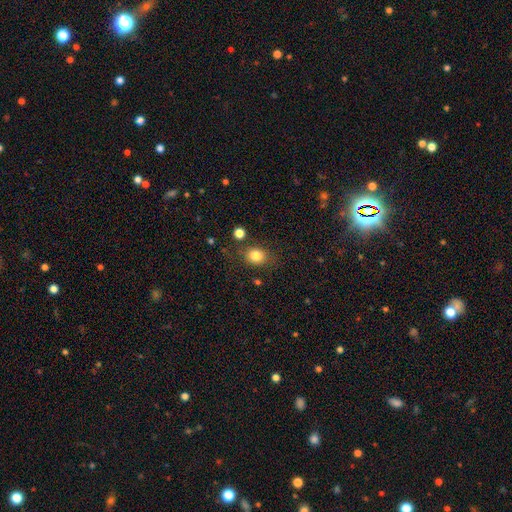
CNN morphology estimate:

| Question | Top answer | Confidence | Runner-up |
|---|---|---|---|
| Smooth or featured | smooth | 82% | star or artifact (11%) |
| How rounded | round | 53% | in between (46%) |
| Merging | none | 78% | minor disturbance (13%) |